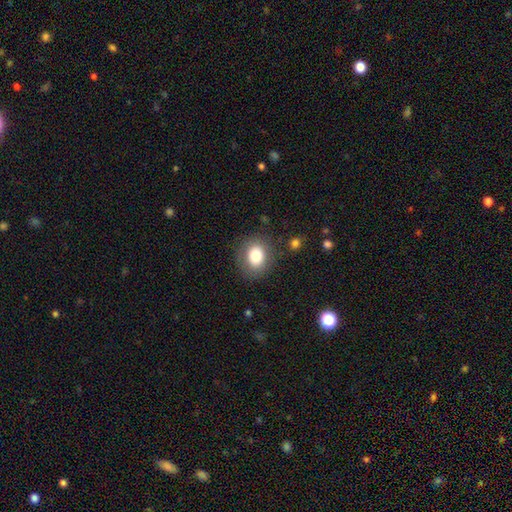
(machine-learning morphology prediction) Smooth or featured? Predicted: smooth (p=0.80). How rounded? Predicted: round (p=0.60). Merging? Predicted: none (p=0.84).